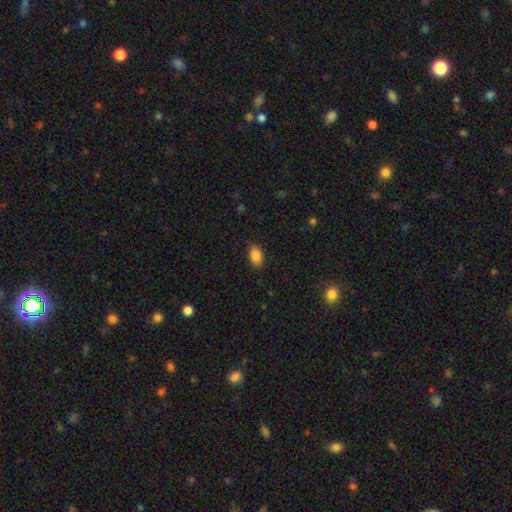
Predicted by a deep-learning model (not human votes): Q: Smooth or featured?
A: smooth (86%); runner-up: star or artifact (8%)
Q: How rounded?
A: in between (89%); runner-up: round (9%)
Q: Merging?
A: none (77%); runner-up: minor disturbance (18%)